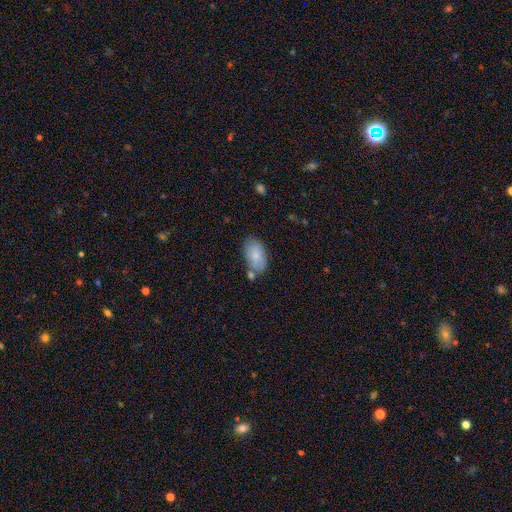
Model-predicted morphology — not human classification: Smooth or featured? Predicted: smooth (p=0.81). How rounded? Predicted: in between (p=0.94). Merging? Predicted: none (p=0.66).